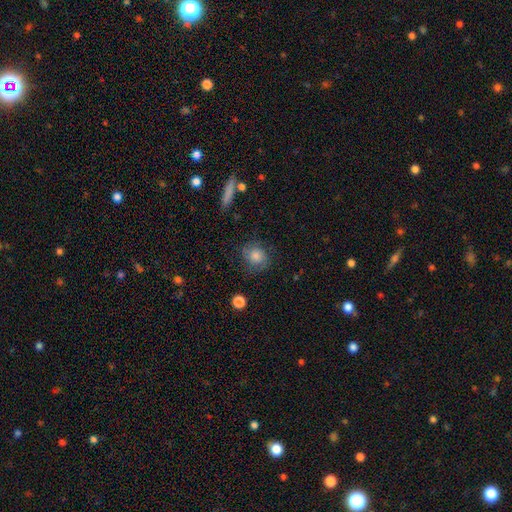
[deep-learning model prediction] A smooth galaxy with no disk features (65%) that is round (79%).

Vote fractions:
- Smooth or featured? smooth: 65% / featured or disk: 23% / star or artifact: 12%
- How rounded? round: 79% / in between: 20% / cigar-shaped: 2%
- Merging? none: 73% / minor disturbance: 17% / major disturbance: 7% / merger: 2%